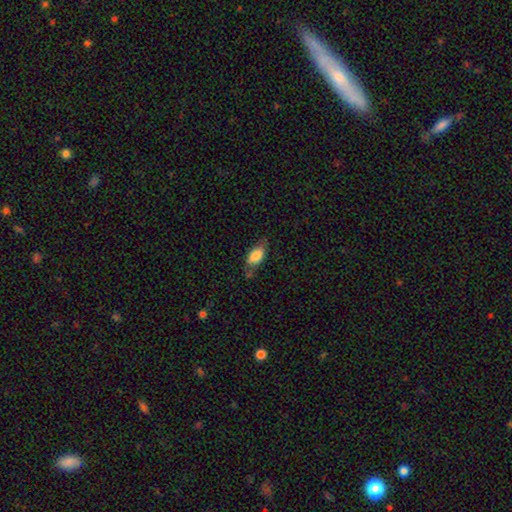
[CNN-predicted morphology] Smooth or featured?
  - smooth: 79% *
  - featured or disk: 14%
  - star or artifact: 7%
How rounded?
  - in between: 88% *
  - cigar-shaped: 8%
  - round: 4%
Merging?
  - none: 58% *
  - minor disturbance: 28%
  - major disturbance: 9%
  - merger: 5%